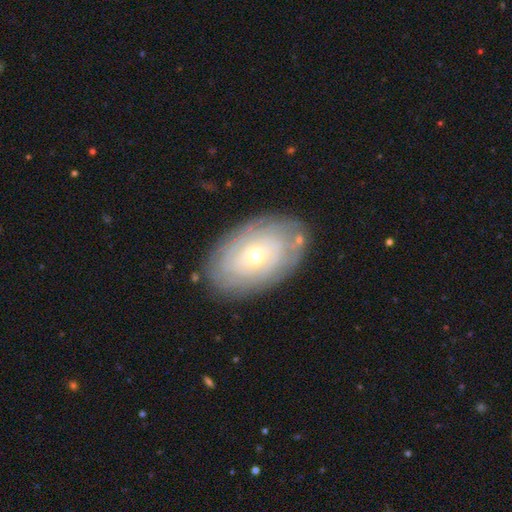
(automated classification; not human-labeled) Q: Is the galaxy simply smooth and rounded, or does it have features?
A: featured or disk — 65%.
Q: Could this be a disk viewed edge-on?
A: no — 94%.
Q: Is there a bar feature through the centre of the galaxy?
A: no — 84%.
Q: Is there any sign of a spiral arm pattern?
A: yes — 68%.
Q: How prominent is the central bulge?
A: small — 57%.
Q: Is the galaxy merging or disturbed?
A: none — 81%.